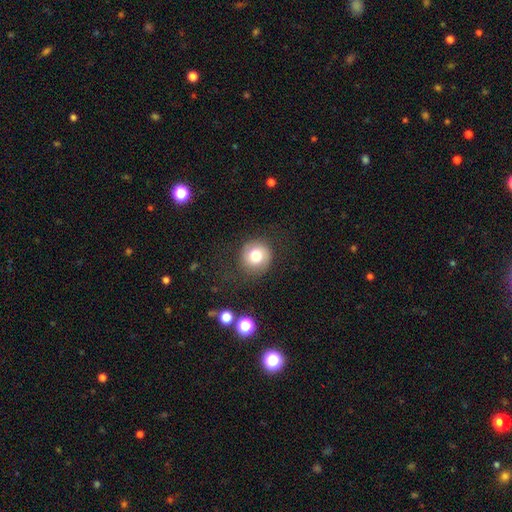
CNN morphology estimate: Smooth or featured: smooth — 73% (featured or disk — 17%)
How rounded: round — 87% (in between — 12%)
Merging: none — 76% (minor disturbance — 14%)